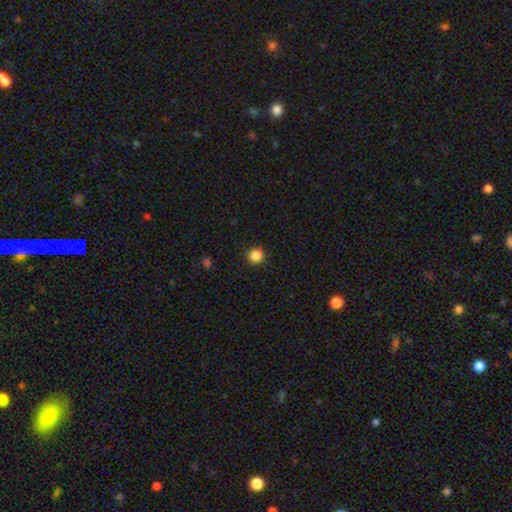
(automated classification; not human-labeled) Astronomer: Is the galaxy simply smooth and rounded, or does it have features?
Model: smooth — 85%.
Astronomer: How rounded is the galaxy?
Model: round — 94%.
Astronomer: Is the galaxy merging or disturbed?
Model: none — 90%.